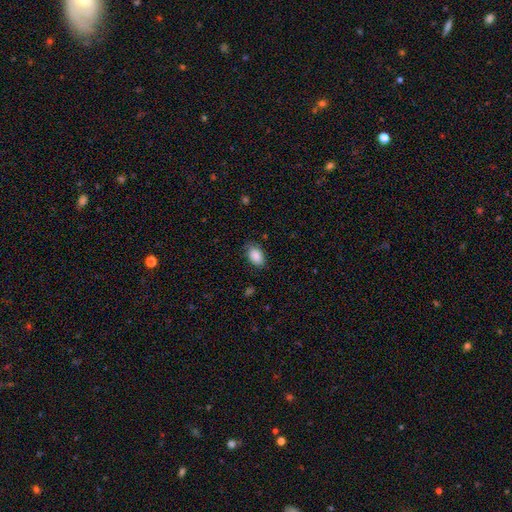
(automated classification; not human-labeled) Smooth or featured?
  - smooth: 89% *
  - star or artifact: 7%
  - featured or disk: 4%
How rounded?
  - in between: 92% *
  - round: 7%
  - cigar-shaped: 2%
Merging?
  - none: 81% *
  - minor disturbance: 15%
  - major disturbance: 3%
  - merger: 1%